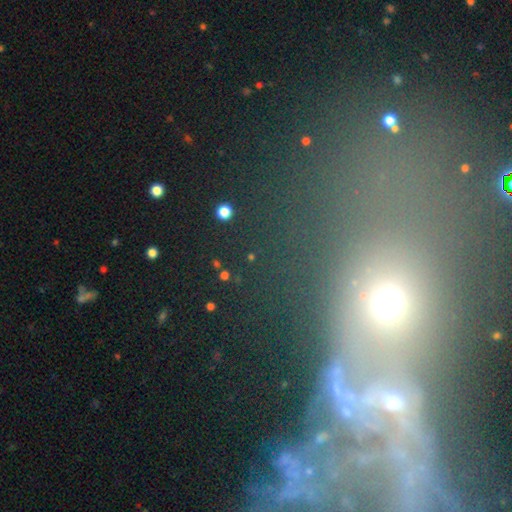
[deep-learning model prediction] Smooth or featured?
  - star or artifact: 35% * (tied)
  - featured or disk: 35% * (tied)
  - smooth: 30%